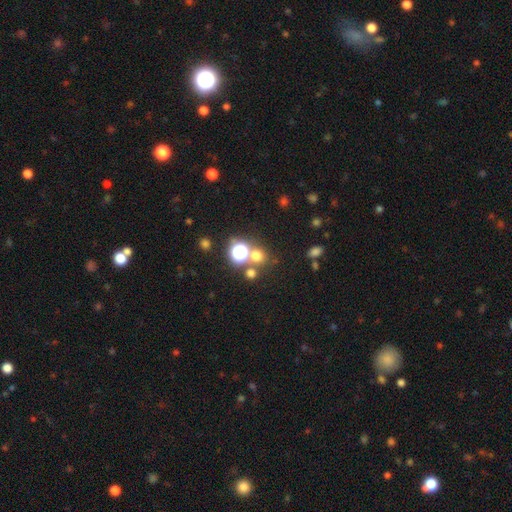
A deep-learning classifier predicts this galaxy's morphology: smooth 61%, star or artifact 31%, featured or disk 8%. Down the decision tree: how rounded — round (88%); merging — none (69%).